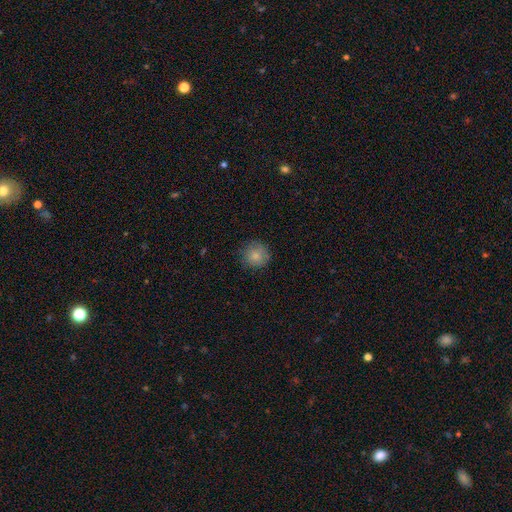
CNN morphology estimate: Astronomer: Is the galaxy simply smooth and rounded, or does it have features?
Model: smooth — 83%.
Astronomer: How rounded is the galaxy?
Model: round — 93%.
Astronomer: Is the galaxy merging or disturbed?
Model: none — 82%.